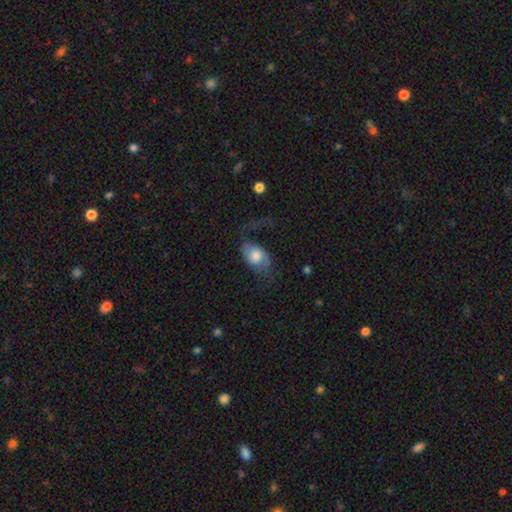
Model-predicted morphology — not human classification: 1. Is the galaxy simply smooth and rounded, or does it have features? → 49% featured or disk, 44% smooth, 7% star or artifact.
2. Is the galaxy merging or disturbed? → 39% none, 37% major disturbance, 21% minor disturbance, 3% merger.